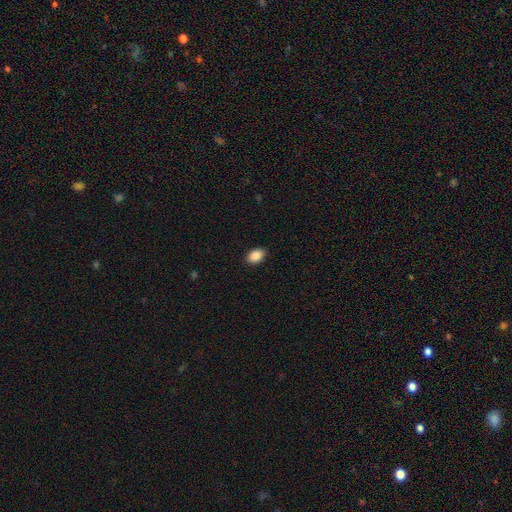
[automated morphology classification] type=smooth (89%); roundness=in between (86%); merging=none (90%).